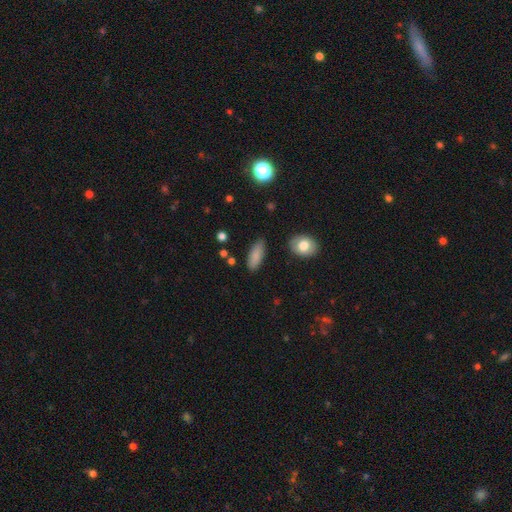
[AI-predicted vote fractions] Morphology: type=smooth (84%); roundness=in between (79%); merging=none (81%).